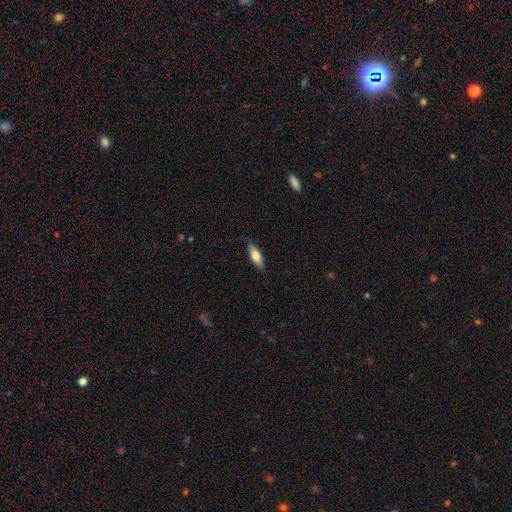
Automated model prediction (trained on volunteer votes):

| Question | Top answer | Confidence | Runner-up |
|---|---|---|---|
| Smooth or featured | smooth | 73% | featured or disk (21%) |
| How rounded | in between | 57% | cigar-shaped (41%) |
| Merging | none | 86% | minor disturbance (11%) |